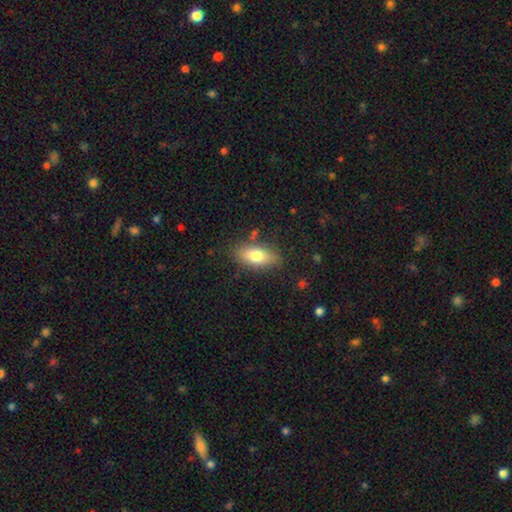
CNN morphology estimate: smooth_or_featured: smooth (p=0.78) [alt: featured or disk p=0.15]
how_rounded: in between (p=0.84) [alt: cigar-shaped p=0.12]
merging: none (p=0.81) [alt: minor disturbance p=0.13]